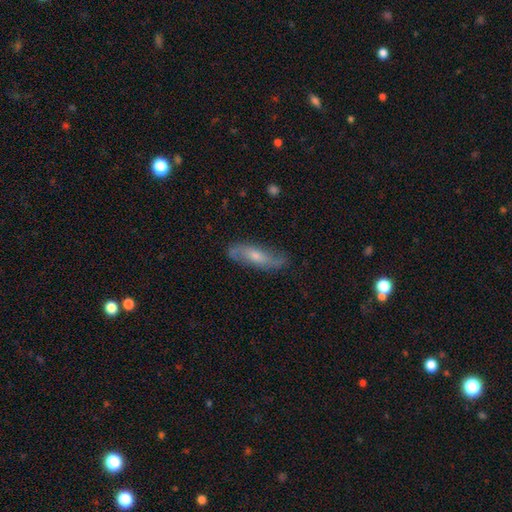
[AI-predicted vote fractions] Smooth or featured: featured or disk — 65% (smooth — 28%)
Edge-on disk: no — 71% (yes — 29%)
Merging: none — 78% (minor disturbance — 17%)